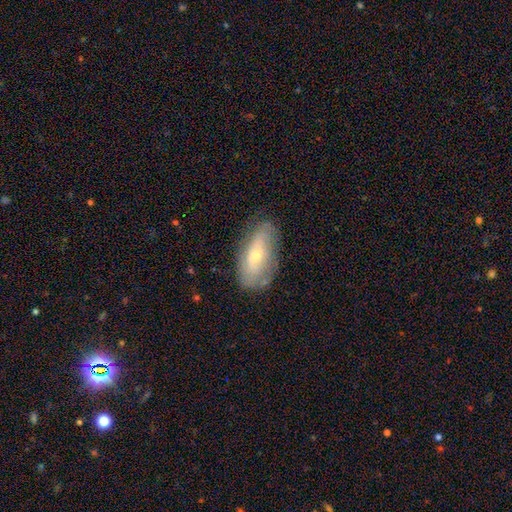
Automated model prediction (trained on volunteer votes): This is possibly a featured or disk galaxy (53%). It is clearly not viewed edge-on (84%). Merging: likely none (69%).